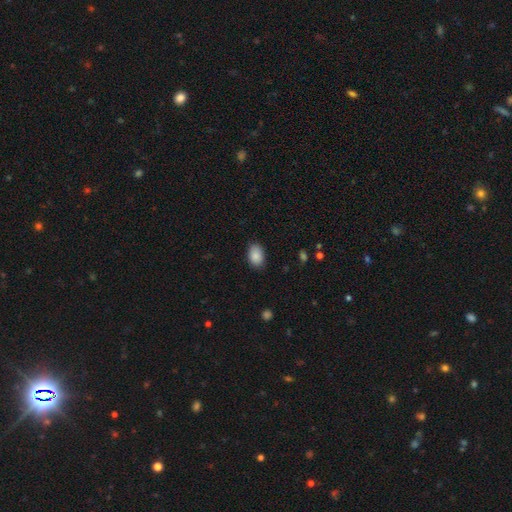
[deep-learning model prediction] Overall: smooth (88%). How rounded: in between (86%). Merging: none (84%).